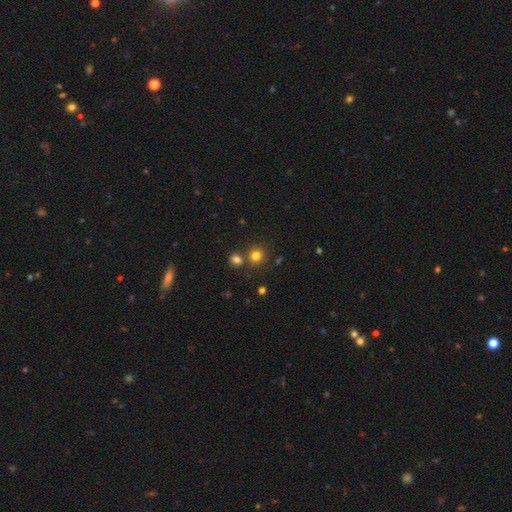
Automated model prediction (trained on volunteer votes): A smooth galaxy with no disk features (79%) that is round (88%).

Vote fractions:
- Smooth or featured? smooth: 79% / star or artifact: 15% / featured or disk: 6%
- How rounded? round: 88% / in between: 11% / cigar-shaped: 1%
- Merging? none: 72% / merger: 18% / minor disturbance: 8% / major disturbance: 3%